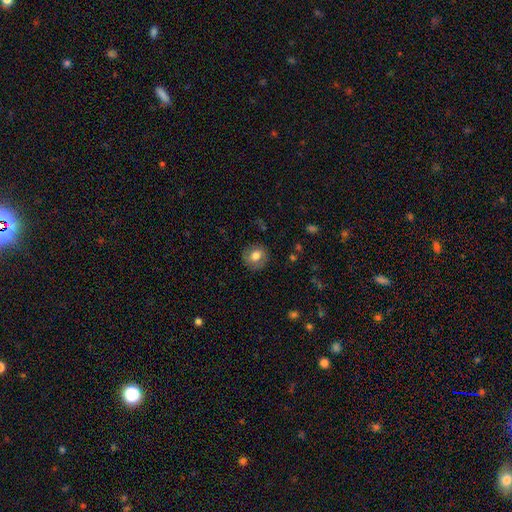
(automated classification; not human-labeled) Q: Smooth or featured?
A: smooth (72%); runner-up: featured or disk (19%)
Q: How rounded?
A: round (80%); runner-up: in between (19%)
Q: Merging?
A: none (83%); runner-up: minor disturbance (12%)